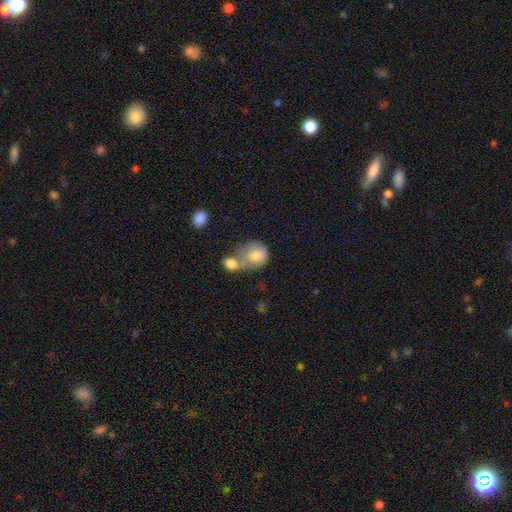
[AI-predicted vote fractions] This is likely a smooth galaxy (77%). How rounded: likely round (67%). Merging: possibly merger (54%).